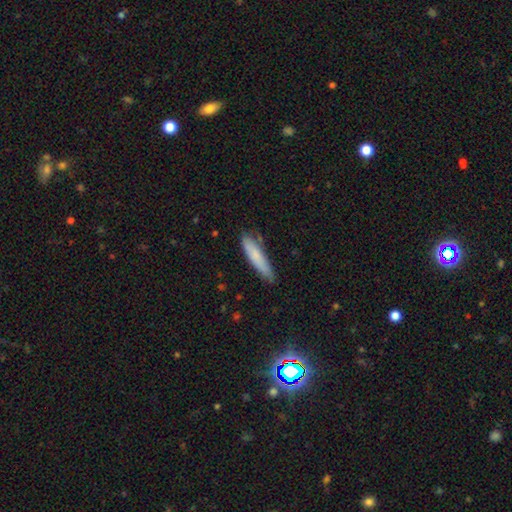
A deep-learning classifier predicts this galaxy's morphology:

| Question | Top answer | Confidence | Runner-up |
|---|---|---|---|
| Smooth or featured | smooth | 77% | featured or disk (17%) |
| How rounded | cigar-shaped | 85% | in between (14%) |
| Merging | none | 76% | minor disturbance (19%) |